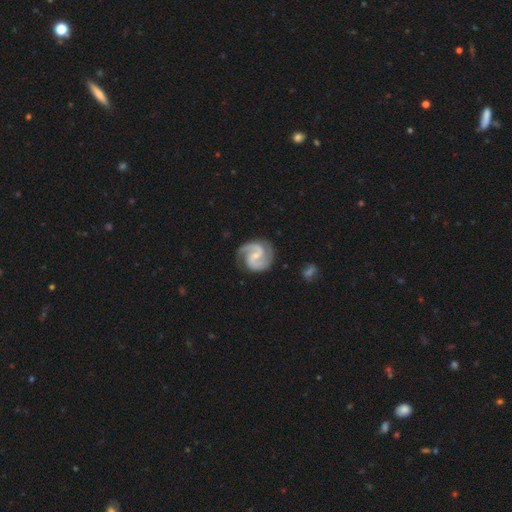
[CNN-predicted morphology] Overall: featured or disk (93%). Edge-on disk: no (98%). Bar: weak (48%; no 34%). Spiral arms: yes (98%). Spiral arm count: 2 (93%). Spiral winding: medium (60%; tight 28%). Bulge size: small (66%). Merging: none (82%).